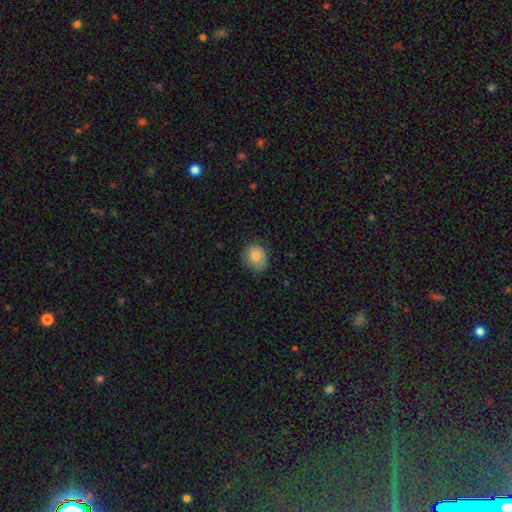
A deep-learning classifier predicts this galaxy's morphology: Smooth or featured: smooth — 80% (featured or disk — 12%)
How rounded: round — 62% (in between — 37%)
Merging: none — 72% (minor disturbance — 22%)